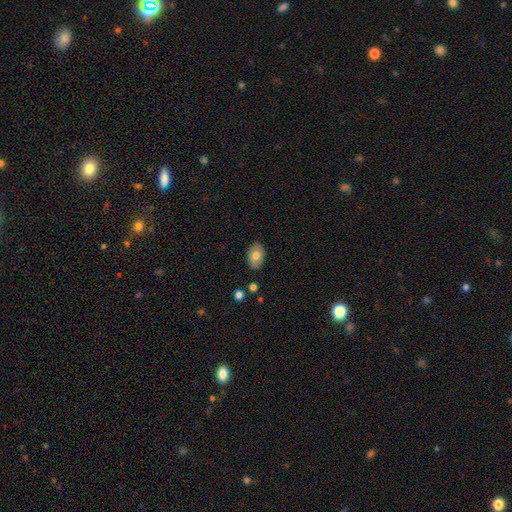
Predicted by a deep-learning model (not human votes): Smooth or featured?
  - smooth: 74% *
  - featured or disk: 19%
  - star or artifact: 7%
How rounded?
  - in between: 86% *
  - round: 13%
  - cigar-shaped: 1%
Merging?
  - none: 86% *
  - minor disturbance: 11%
  - major disturbance: 2%
  - merger: 2%